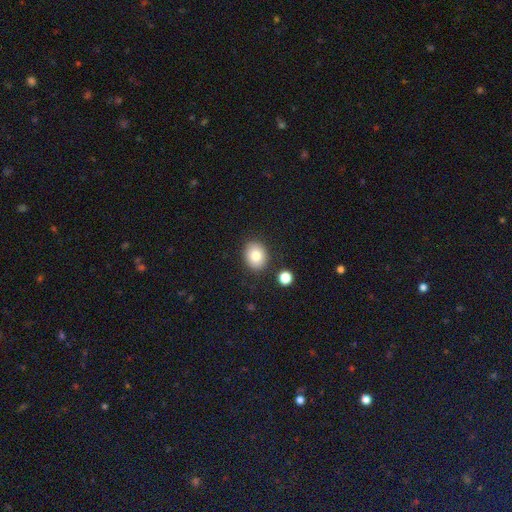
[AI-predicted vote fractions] smooth_or_featured: smooth (p=0.82) [alt: star or artifact p=0.09]
how_rounded: round (p=0.53) [alt: in between p=0.46]
merging: none (p=0.86) [alt: minor disturbance p=0.09]